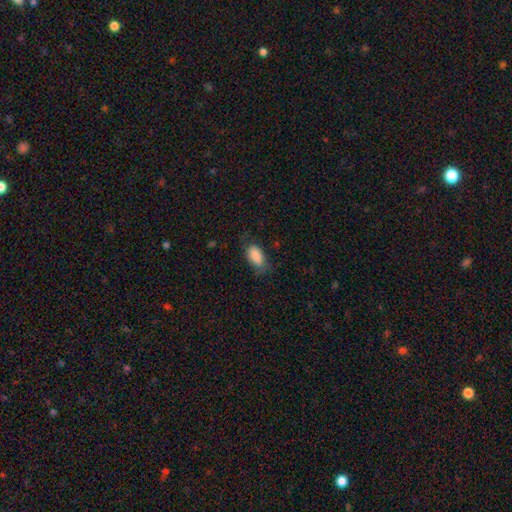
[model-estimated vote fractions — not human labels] Q: Smooth or featured?
A: smooth (84%); runner-up: featured or disk (9%)
Q: How rounded?
A: in between (93%); runner-up: round (4%)
Q: Merging?
A: none (64%); runner-up: minor disturbance (25%)